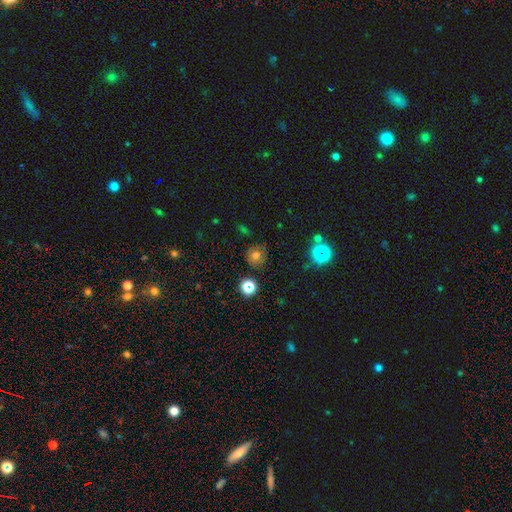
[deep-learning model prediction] Q: Smooth or featured?
A: smooth (64%); runner-up: star or artifact (22%)
Q: How rounded?
A: round (91%); runner-up: in between (8%)
Q: Merging?
A: none (82%); runner-up: minor disturbance (11%)